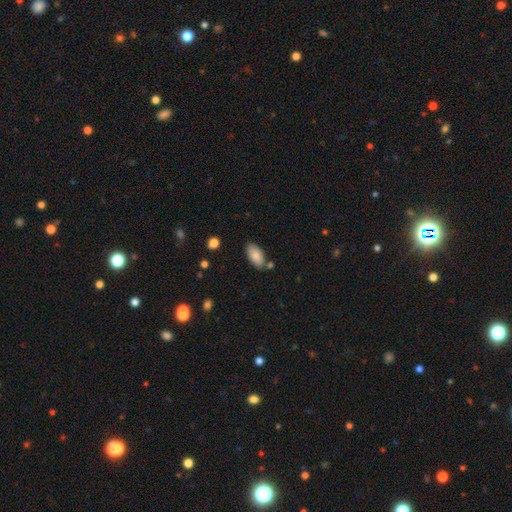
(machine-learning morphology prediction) A smooth galaxy with no disk features (85%) that is in between round and cigar-shaped (93%).

Vote fractions:
- Smooth or featured? smooth: 85% / featured or disk: 8% / star or artifact: 7%
- How rounded? in between: 93% / cigar-shaped: 4% / round: 2%
- Merging? none: 78% / minor disturbance: 13% / merger: 6% / major disturbance: 3%